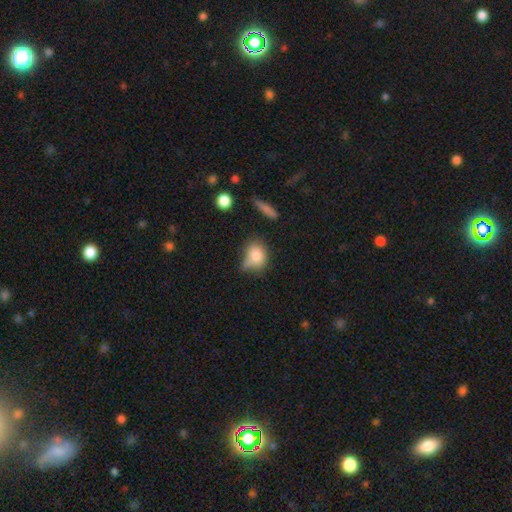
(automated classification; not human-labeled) Smooth or featured: smooth — 80% (featured or disk — 10%)
How rounded: in between — 52% (round — 46%)
Merging: none — 45% (minor disturbance — 31%)